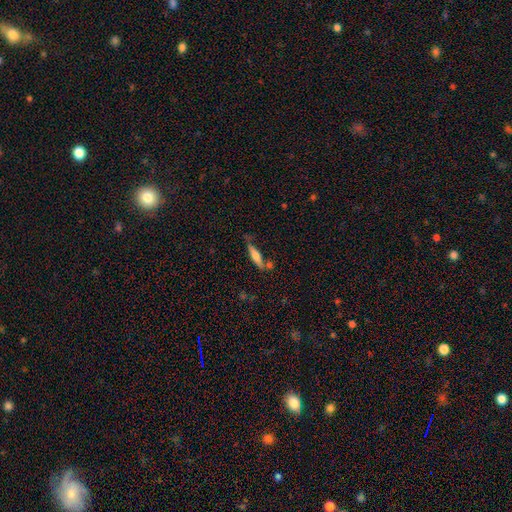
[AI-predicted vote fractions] Overall: smooth (49%; featured or disk 44%). Merging: none (62%).